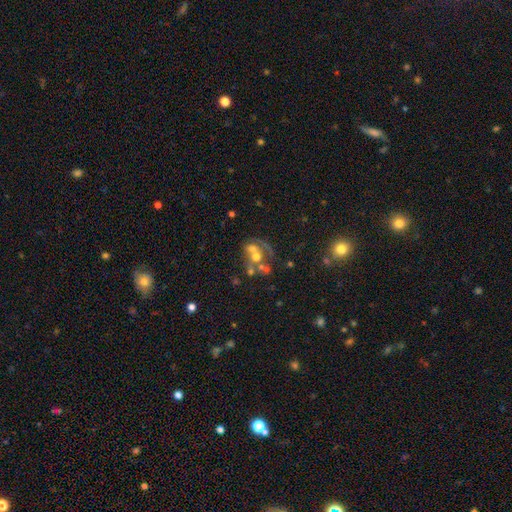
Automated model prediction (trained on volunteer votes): Smooth or featured? featured or disk (50%)
Merging? merger (49%)